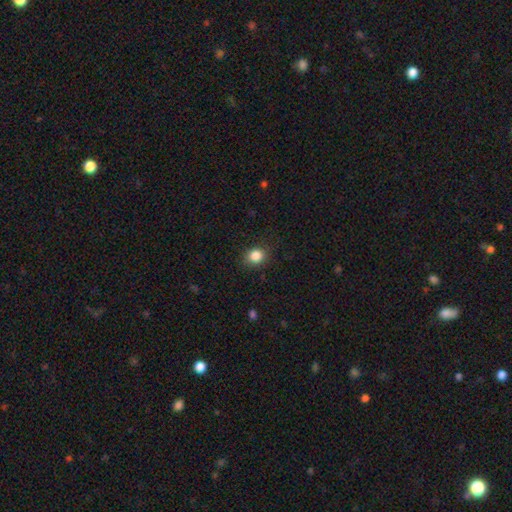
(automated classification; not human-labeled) smooth_or_featured: smooth (p=0.86) [alt: star or artifact p=0.10]
how_rounded: round (p=0.68) [alt: in between p=0.31]
merging: none (p=0.85) [alt: minor disturbance p=0.11]